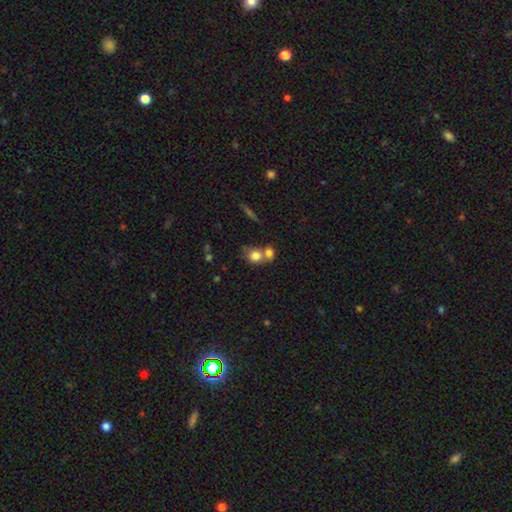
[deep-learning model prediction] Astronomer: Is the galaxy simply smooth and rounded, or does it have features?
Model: smooth — 79%.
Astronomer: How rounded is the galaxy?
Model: round — 69%.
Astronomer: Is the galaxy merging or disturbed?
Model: merger — 53% (runner-up: none, 35%).